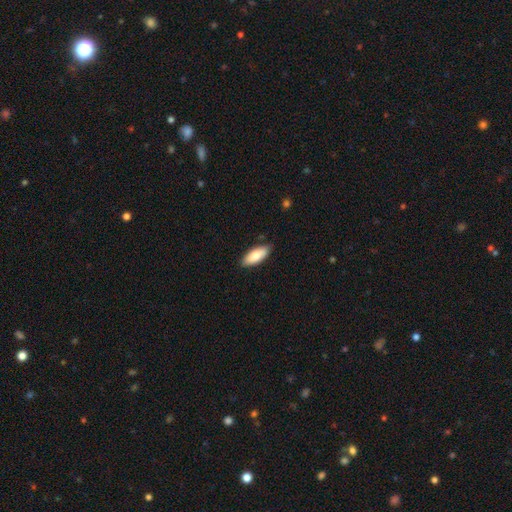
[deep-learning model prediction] smooth-or-featured: smooth: 80% | featured or disk: 15% | star or artifact: 6%
  how-rounded: in between: 81% | cigar-shaped: 17% | round: 2%
  merging: none: 84% | minor disturbance: 13% | major disturbance: 2% | merger: 1%